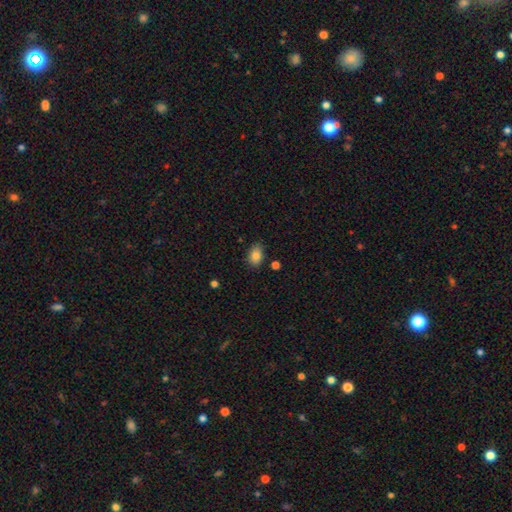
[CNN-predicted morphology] A smooth galaxy with no disk features (84%) that is in between round and cigar-shaped (83%).

Vote fractions:
- Smooth or featured? smooth: 84% / star or artifact: 9% / featured or disk: 7%
- How rounded? in between: 83% / round: 16% / cigar-shaped: 1%
- Merging? none: 80% / minor disturbance: 15% / major disturbance: 3% / merger: 2%